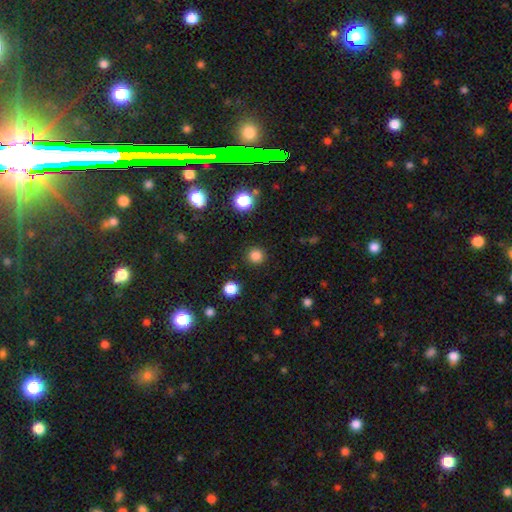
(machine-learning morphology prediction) smooth_or_featured: smooth (p=0.83) [alt: star or artifact p=0.14]
how_rounded: round (p=0.94) [alt: in between p=0.05]
merging: none (p=0.91) [alt: minor disturbance p=0.06]